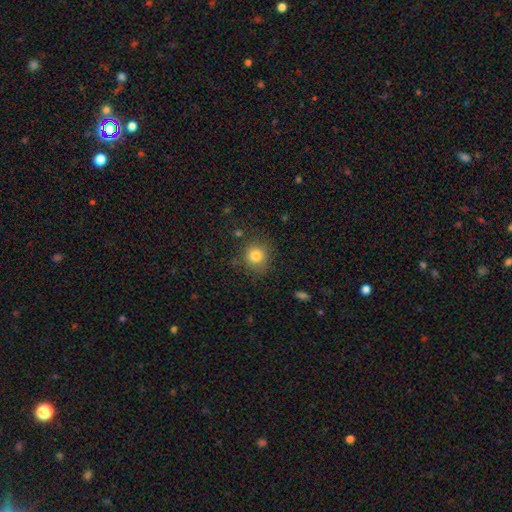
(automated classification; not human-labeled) A smooth galaxy with no disk features (82%) that is round (87%).

Vote fractions:
- Smooth or featured? smooth: 82% / star or artifact: 12% / featured or disk: 7%
- How rounded? round: 87% / in between: 12% / cigar-shaped: 1%
- Merging? none: 82% / minor disturbance: 12% / major disturbance: 4% / merger: 2%